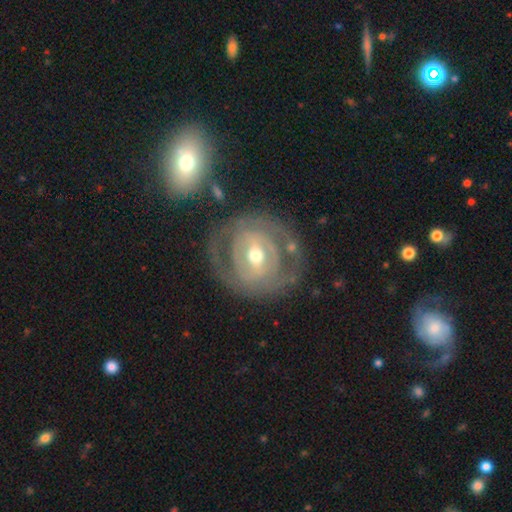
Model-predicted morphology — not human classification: This is likely a featured or disk galaxy (79%). It is clearly not viewed edge-on (96%). Bar: marginally weak (40%). Spiral arm pattern: likely yes (65%). Central bulge: likely moderate (63%). Merging: likely none (70%).